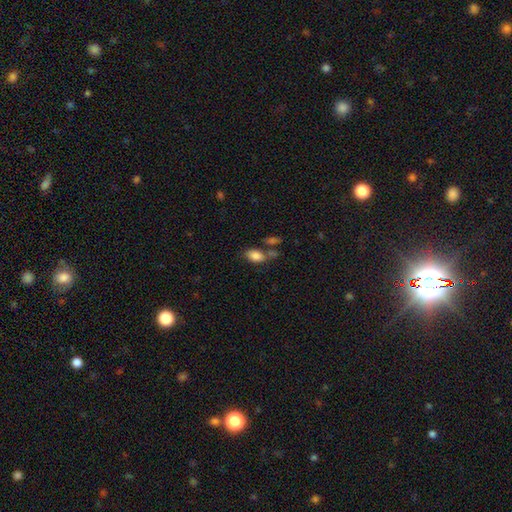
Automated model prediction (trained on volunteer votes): smooth-or-featured: smooth: 83% | featured or disk: 8% | star or artifact: 8%
  how-rounded: in between: 90% | round: 7% | cigar-shaped: 2%
  merging: none: 55% | merger: 22% | minor disturbance: 16% | major disturbance: 6%